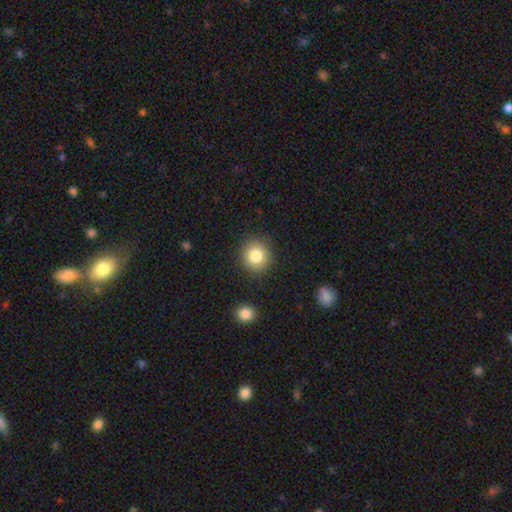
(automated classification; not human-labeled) A smooth galaxy with no disk features (81%) that is round (89%).

Vote fractions:
- Smooth or featured? smooth: 81% / star or artifact: 10% / featured or disk: 8%
- How rounded? round: 89% / in between: 10% / cigar-shaped: 1%
- Merging? none: 88% / minor disturbance: 7% / major disturbance: 3% / merger: 2%